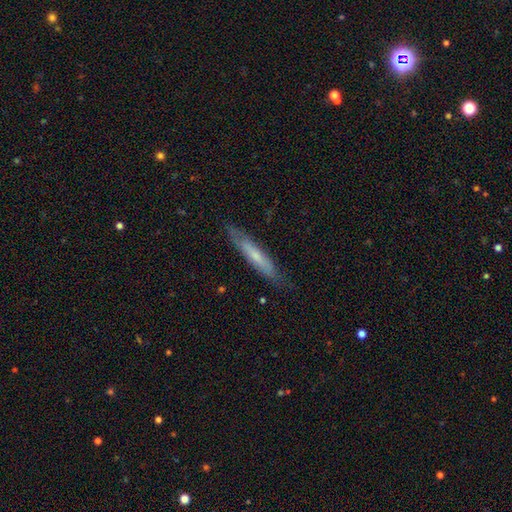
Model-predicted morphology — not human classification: type=smooth (53%); roundness=cigar-shaped (91%); merging=none (82%).